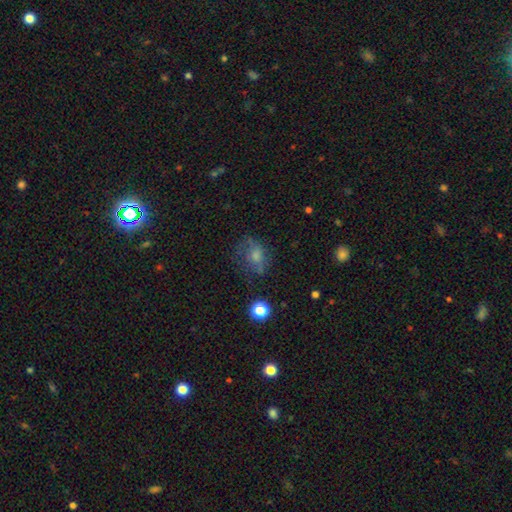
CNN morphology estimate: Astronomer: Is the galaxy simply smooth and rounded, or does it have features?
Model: smooth — 46% (runner-up: featured or disk, 31%).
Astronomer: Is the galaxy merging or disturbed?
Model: none — 58%.